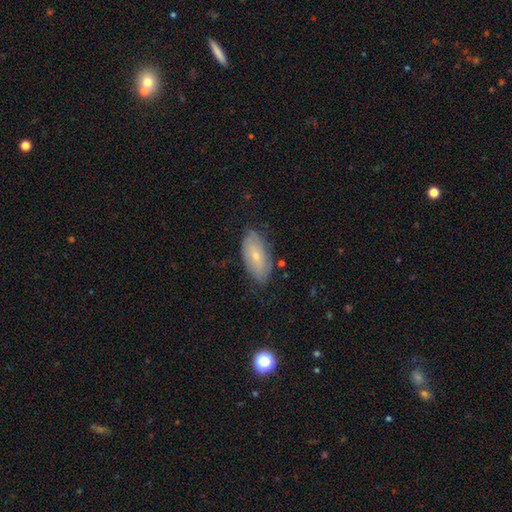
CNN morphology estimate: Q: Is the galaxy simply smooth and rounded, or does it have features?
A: smooth — 49%.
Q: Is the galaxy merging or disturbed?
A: none — 78%.